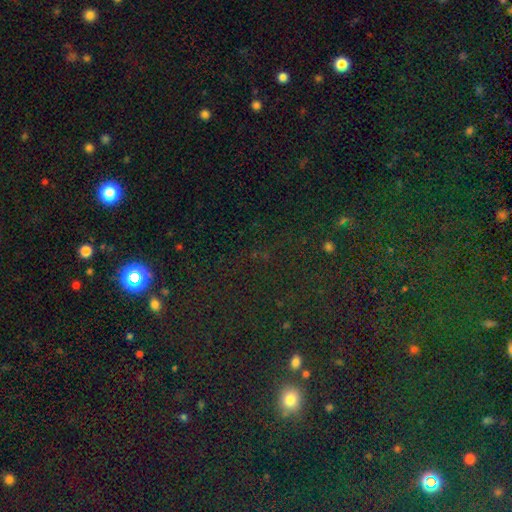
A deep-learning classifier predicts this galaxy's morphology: Q: Smooth or featured?
A: star or artifact (70%); runner-up: smooth (21%)